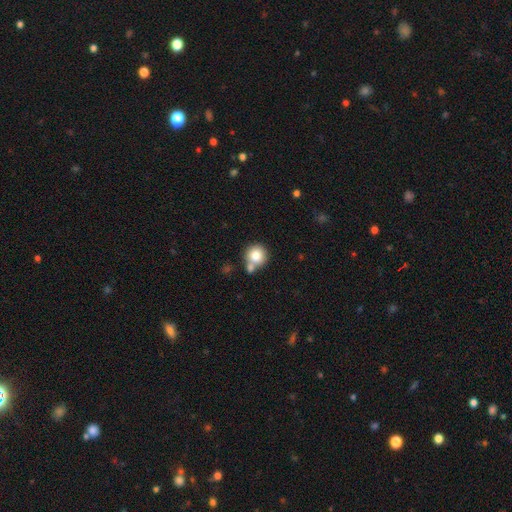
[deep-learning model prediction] Smooth or featured?
  - smooth: 79% *
  - featured or disk: 11%
  - star or artifact: 10%
How rounded?
  - round: 92% *
  - in between: 7%
  - cigar-shaped: 1%
Merging?
  - none: 57% *
  - merger: 29%
  - minor disturbance: 10%
  - major disturbance: 3%